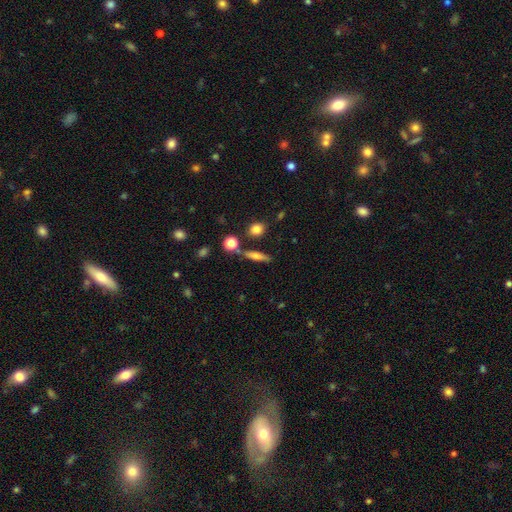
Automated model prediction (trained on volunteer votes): The model was most divided on "smooth or featured": smooth: 63%, featured or disk: 27%, star or artifact: 10%. More confident: merging — none (77%); how rounded — cigar-shaped (70%).